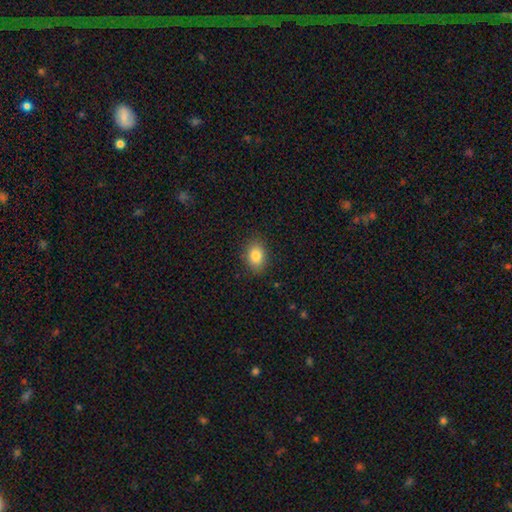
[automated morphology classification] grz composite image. It shows a smooth galaxy with no disk features (83%) that is in between round and cigar-shaped (71%). Merging: none (87%).